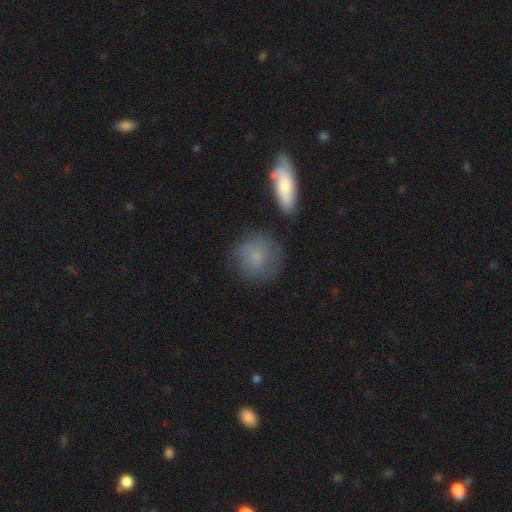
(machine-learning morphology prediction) smooth-or-featured: smooth: 76% | featured or disk: 16% | star or artifact: 8%
  how-rounded: round: 86% | in between: 13% | cigar-shaped: 2%
  merging: none: 71% | minor disturbance: 17% | major disturbance: 6% | merger: 5%